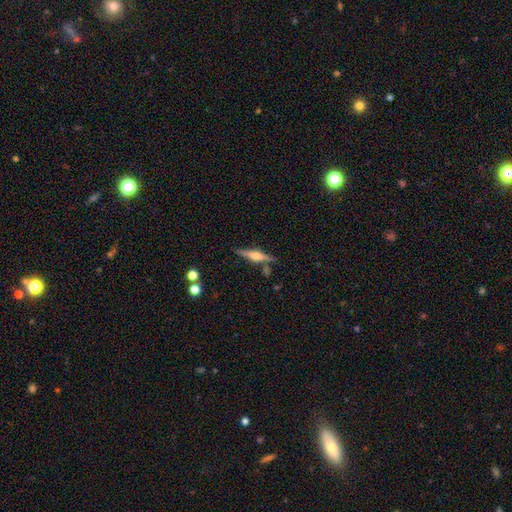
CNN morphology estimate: This appears to be a featured or disk galaxy (72%) viewed edge-on (98%) with a rounded central bulge (83%). Merging: none (83%).